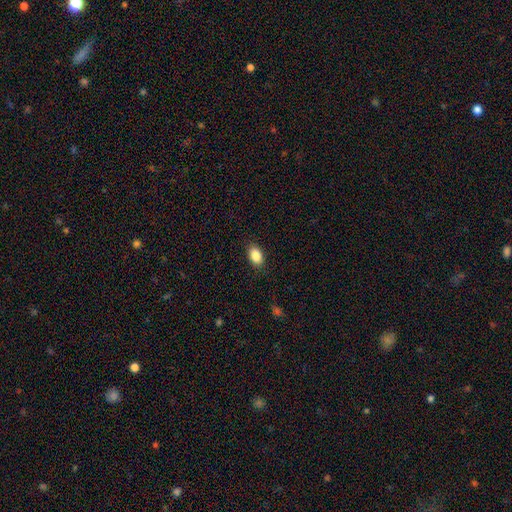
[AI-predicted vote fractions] Smooth or featured? Predicted: smooth (p=0.87). How rounded? Predicted: in between (p=0.90). Merging? Predicted: none (p=0.88).